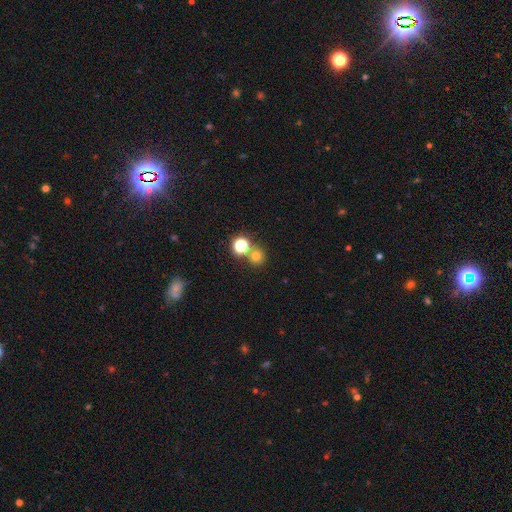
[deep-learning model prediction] Morphology: type=smooth (69%); roundness=round (90%); merging=none (67%).